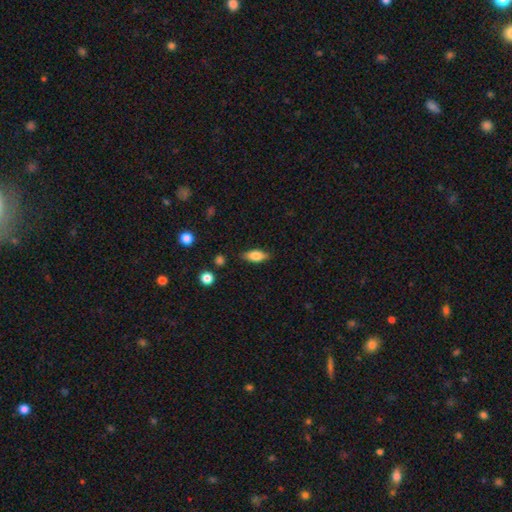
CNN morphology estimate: Smooth or featured: smooth — 79% (featured or disk — 13%)
How rounded: in between — 82% (cigar-shaped — 15%)
Merging: none — 83% (minor disturbance — 12%)